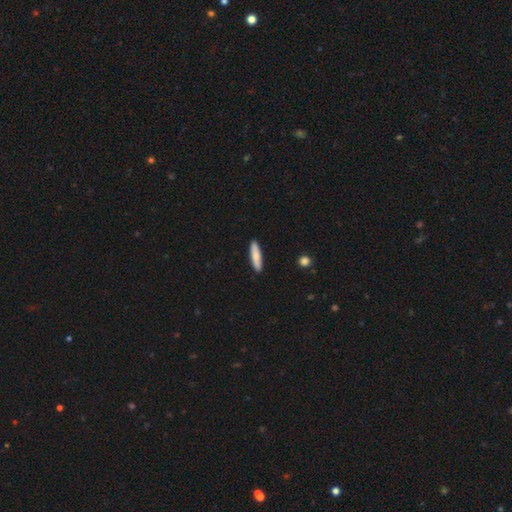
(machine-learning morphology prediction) smooth-or-featured: smooth: 81% | featured or disk: 14% | star or artifact: 6%
  how-rounded: cigar-shaped: 79% | in between: 20% | round: 2%
  merging: none: 90% | minor disturbance: 7% | major disturbance: 1% | merger: 1%